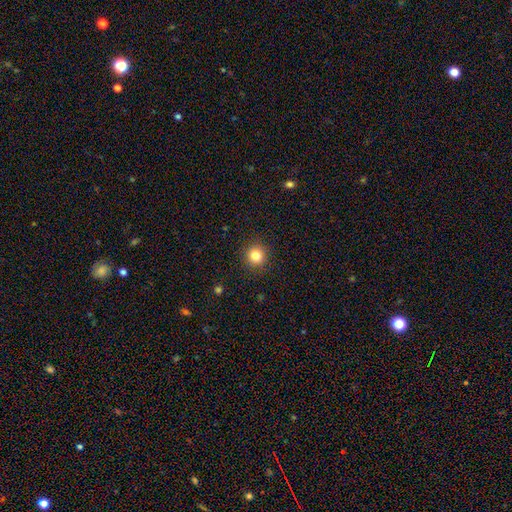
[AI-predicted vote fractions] Smooth or featured? smooth (83%)
How rounded? round (93%)
Merging? none (91%)